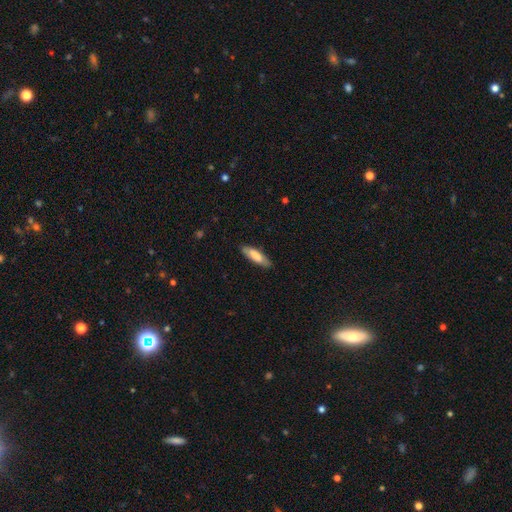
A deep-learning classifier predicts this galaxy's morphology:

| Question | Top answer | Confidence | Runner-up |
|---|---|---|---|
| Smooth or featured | smooth | 76% | featured or disk (19%) |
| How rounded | cigar-shaped | 61% | in between (37%) |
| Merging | none | 85% | minor disturbance (12%) |